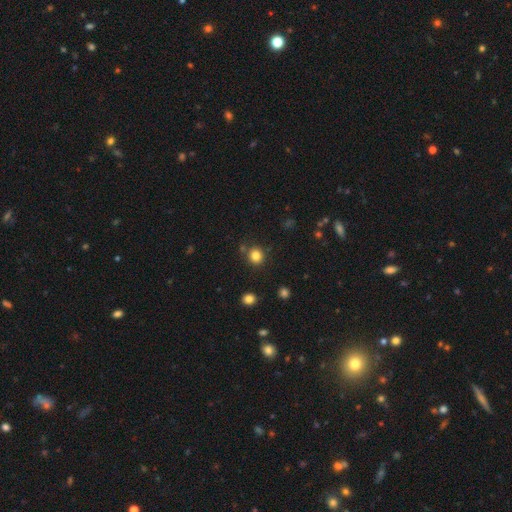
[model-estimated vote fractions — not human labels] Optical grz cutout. It shows a smooth galaxy with no disk features (82%) that is round (89%). Merging: none (82%).